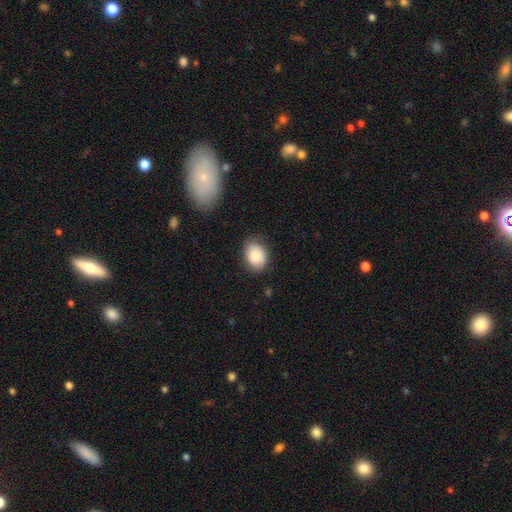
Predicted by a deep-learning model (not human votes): Smooth or featured?
  - smooth: 85% *
  - featured or disk: 8%
  - star or artifact: 7%
How rounded?
  - in between: 73% *
  - round: 26%
  - cigar-shaped: 1%
Merging?
  - none: 77% *
  - minor disturbance: 17%
  - major disturbance: 4%
  - merger: 2%